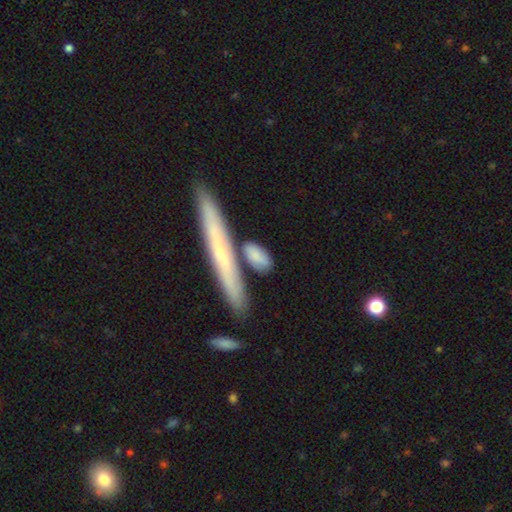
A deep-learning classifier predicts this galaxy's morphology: Smooth or featured: smooth — 77% (featured or disk — 18%)
How rounded: in between — 60% (cigar-shaped — 35%)
Merging: none — 66% (merger — 15%)